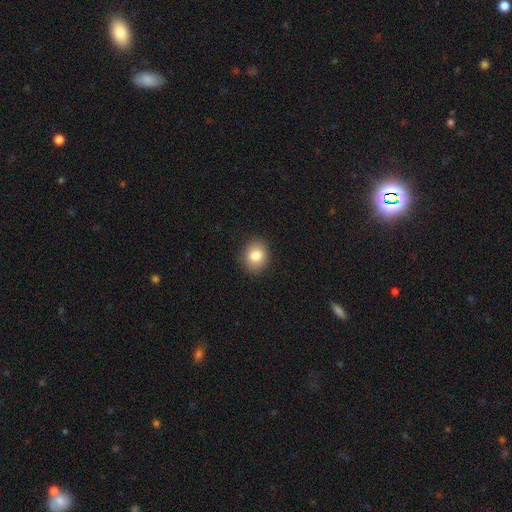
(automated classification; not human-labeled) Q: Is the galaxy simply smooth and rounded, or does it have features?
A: smooth — 82%.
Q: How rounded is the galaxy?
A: round — 63%.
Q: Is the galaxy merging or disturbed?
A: none — 90%.